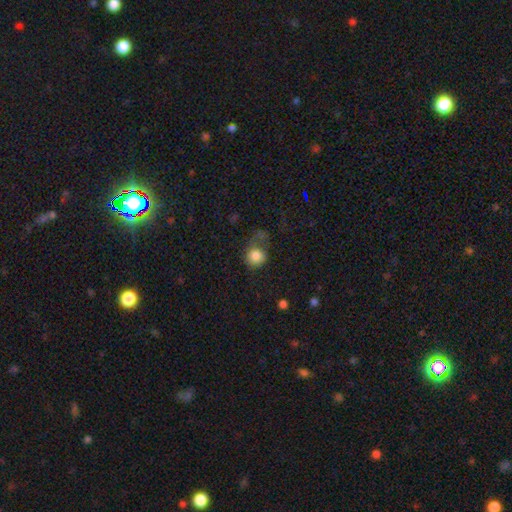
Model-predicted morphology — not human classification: Smooth or featured: smooth — 82% (featured or disk — 10%)
How rounded: round — 81% (in between — 18%)
Merging: none — 38% (major disturbance — 33%)